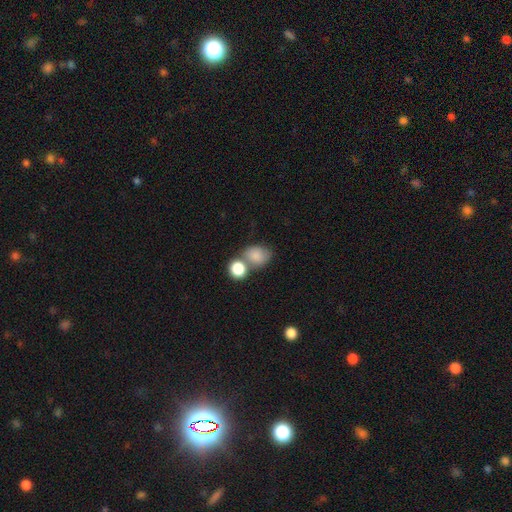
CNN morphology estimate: This is clearly a smooth galaxy (82%). How rounded: possibly in between (59%). Merging: marginally none (41%).